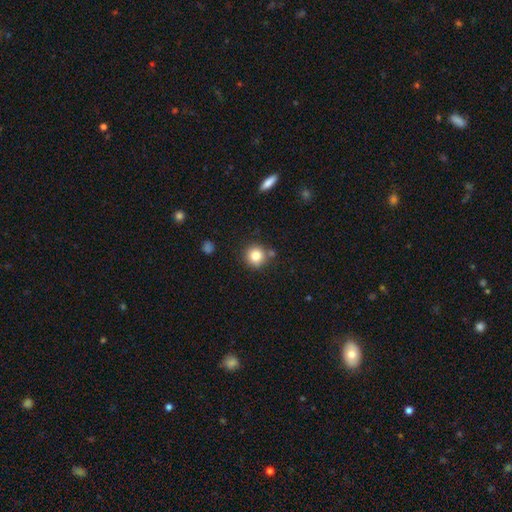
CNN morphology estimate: Smooth or featured: smooth — 81% (star or artifact — 11%)
How rounded: round — 93% (in between — 6%)
Merging: none — 77% (minor disturbance — 11%)